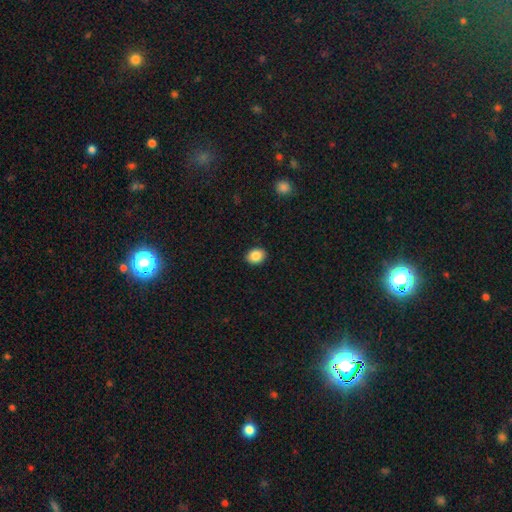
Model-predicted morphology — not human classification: type=smooth (87%); roundness=in between (55%); merging=none (90%).